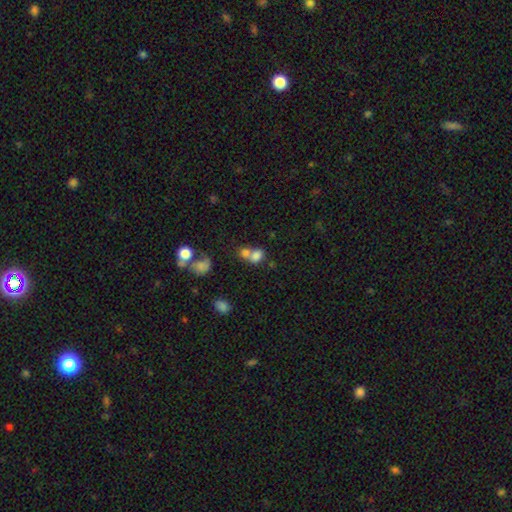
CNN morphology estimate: This is likely a smooth galaxy (76%). How rounded: possibly in between (53%). Merging: likely merger (61%).